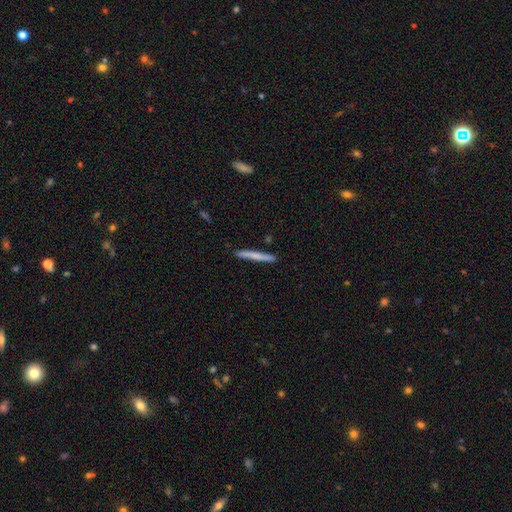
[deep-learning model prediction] smooth_or_featured: smooth (p=0.65) [alt: featured or disk p=0.29]
how_rounded: cigar-shaped (p=0.96) [alt: in between p=0.02]
merging: none (p=0.89) [alt: minor disturbance p=0.08]